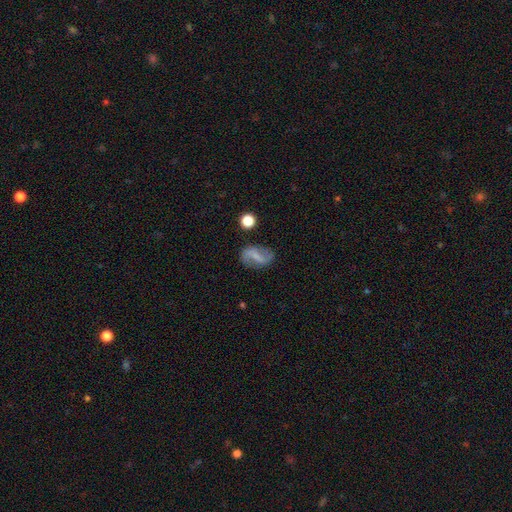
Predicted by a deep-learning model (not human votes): smooth-or-featured: featured or disk: 66% | smooth: 25% | star or artifact: 9%
  disk-edge-on: no: 97% | yes: 3%
    bar: strong: 45% | weak: 37% | no: 18%
    has-spiral-arms: yes: 84% | no: 16%
      spiral-winding: loose: 64% | medium: 27% | tight: 10%
      spiral-arm-count: 2: 89% | can't tell: 5% | 1: 3% | 3: 1% | more than 4: 1% | 4: 1%
    bulge-size: none: 55% | small: 29% | moderate: 12% | large: 2% | dominant: 1%
  merging: none: 76% | minor disturbance: 15% | major disturbance: 6% | merger: 3%